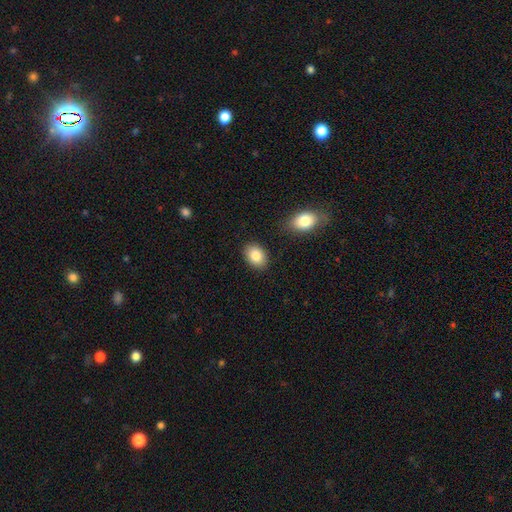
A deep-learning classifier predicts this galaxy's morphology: Q: Smooth or featured?
A: smooth (84%); runner-up: featured or disk (8%)
Q: How rounded?
A: in between (81%); runner-up: round (18%)
Q: Merging?
A: none (86%); runner-up: minor disturbance (9%)